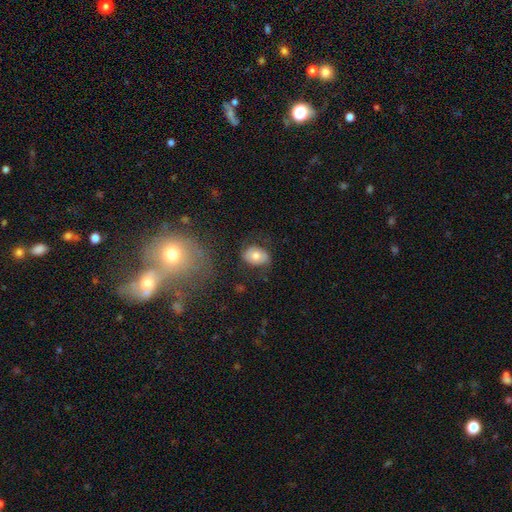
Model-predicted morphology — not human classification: Smooth or featured? smooth (69%)
How rounded? in between (77%)
Merging? none (72%)